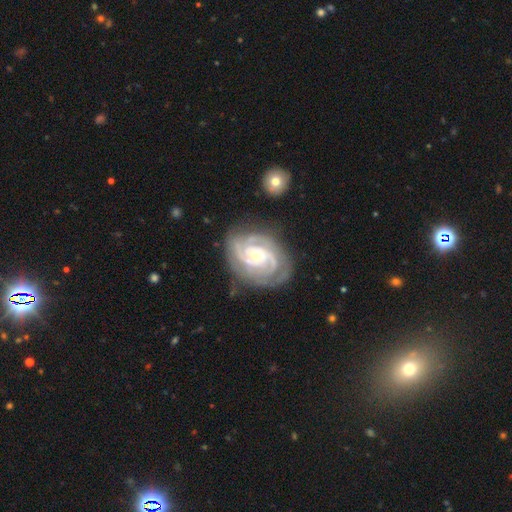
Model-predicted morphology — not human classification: Smooth or featured: featured or disk — 92% (star or artifact — 4%)
Edge-on disk: no — 98% (yes — 2%)
Bar: no — 56% (weak — 33%)
Spiral arms: yes — 98% (no — 2%)
Spiral winding: tight — 72% (medium — 24%)
Spiral arm count: 3 — 41% (2 — 23%)
Bulge size: moderate — 50% (small — 46%)
Merging: none — 74% (minor disturbance — 17%)